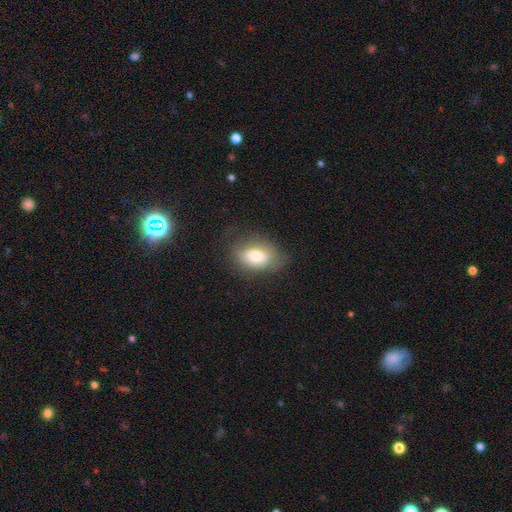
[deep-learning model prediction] Smooth or featured? smooth (76%)
How rounded? in between (87%)
Merging? none (66%)